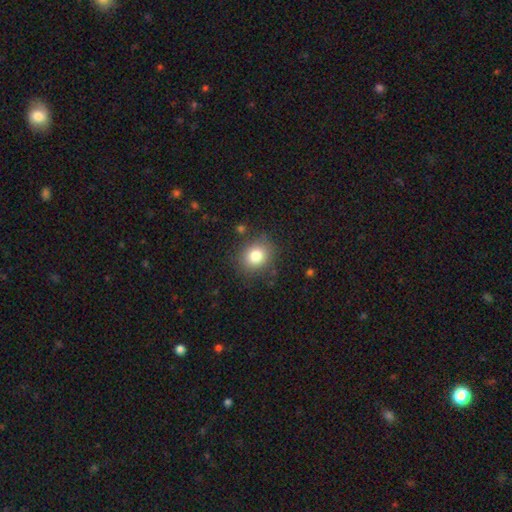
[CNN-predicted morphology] Overall: smooth (81%). How rounded: round (72%). Merging: none (83%).